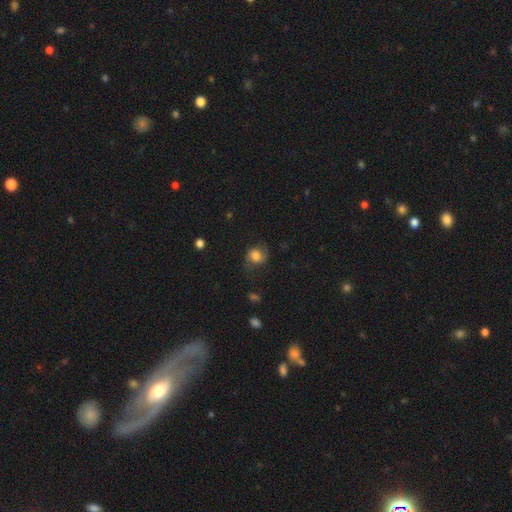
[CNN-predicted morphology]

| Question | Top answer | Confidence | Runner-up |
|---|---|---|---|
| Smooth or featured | smooth | 60% | featured or disk (29%) |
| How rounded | round | 69% | in between (30%) |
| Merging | none | 62% | minor disturbance (23%) |